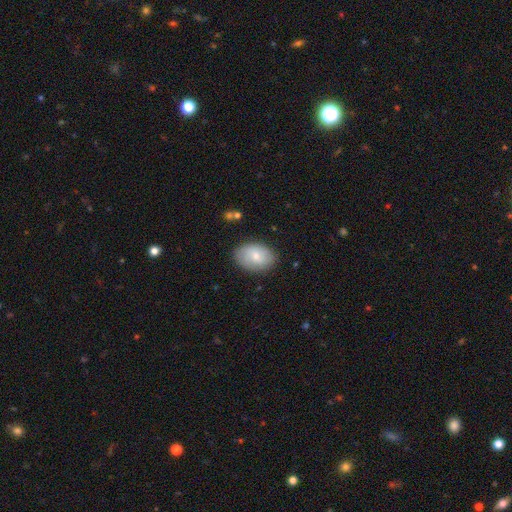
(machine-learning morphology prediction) Overall: smooth (73%). How rounded: in between (84%). Merging: none (81%).